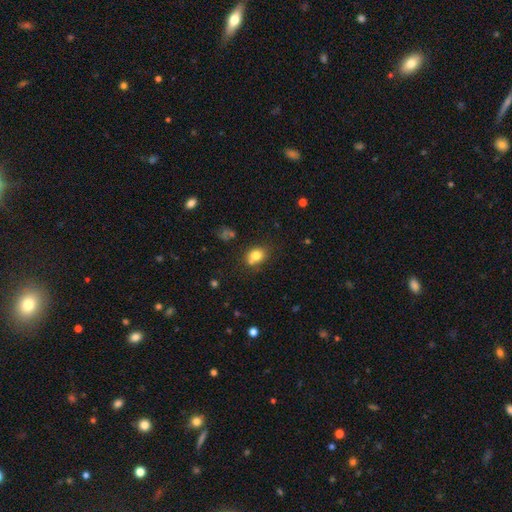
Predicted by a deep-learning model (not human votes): The model was most divided on "how rounded": in between: 53%, round: 46%, cigar-shaped: 1%. More confident: smooth or featured — smooth (79%); merging — none (65%).